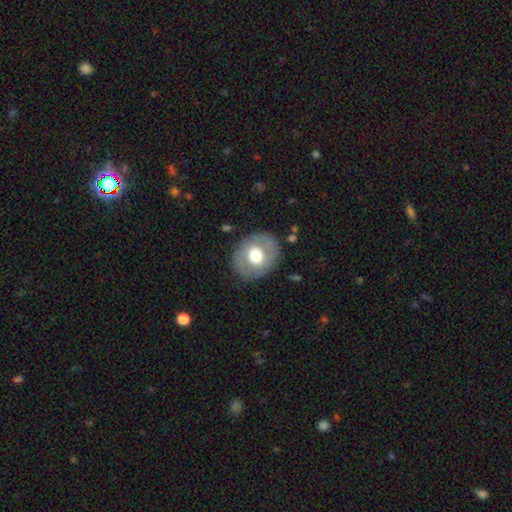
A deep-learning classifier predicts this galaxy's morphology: A smooth galaxy with no disk features (57%) that is round (67%).

Vote fractions:
- Smooth or featured? smooth: 57% / featured or disk: 36% / star or artifact: 7%
- How rounded? round: 67% / in between: 33% / cigar-shaped: 1%
- Merging? none: 83% / minor disturbance: 11% / major disturbance: 5% / merger: 1%